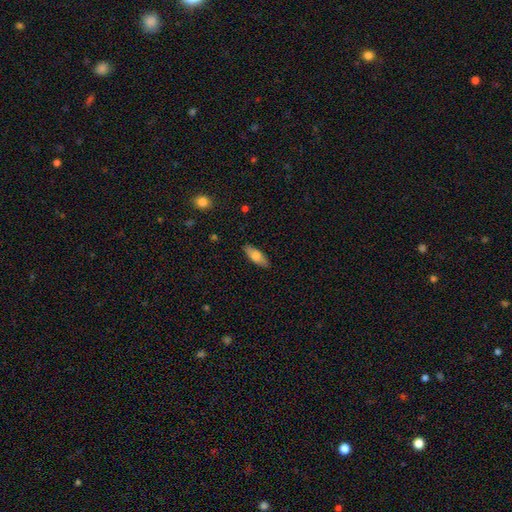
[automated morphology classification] Overall: smooth (70%). How rounded: in between (64%; cigar-shaped 34%). Merging: none (88%).